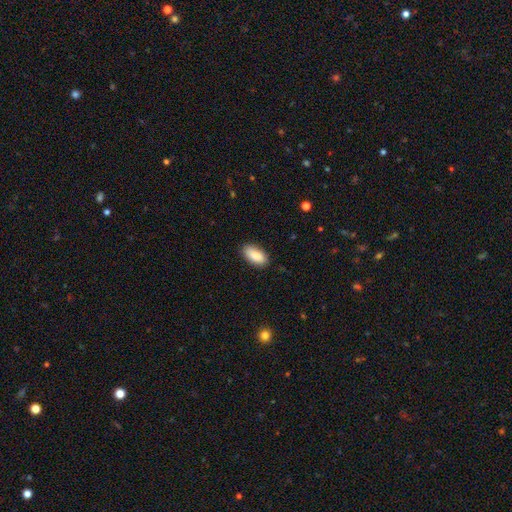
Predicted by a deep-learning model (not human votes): Overall: smooth (87%). How rounded: in between (91%). Merging: none (87%).